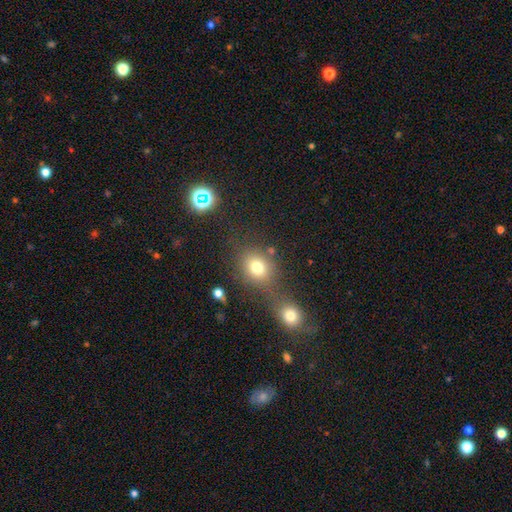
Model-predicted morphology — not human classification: This is likely a smooth galaxy (65%). How rounded: likely round (77%). Merging: possibly none (54%).